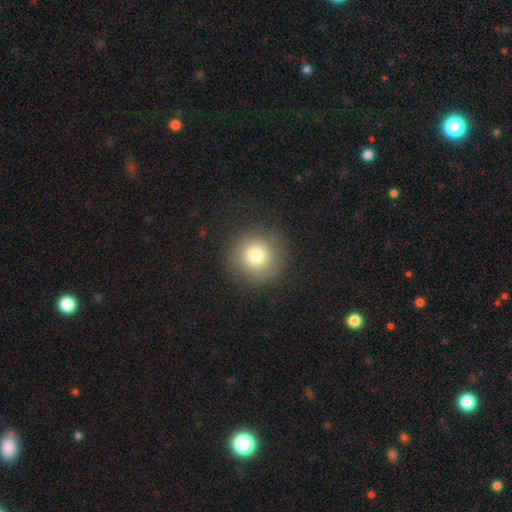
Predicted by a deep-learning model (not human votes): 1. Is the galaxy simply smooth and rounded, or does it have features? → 76% smooth, 13% featured or disk, 11% star or artifact.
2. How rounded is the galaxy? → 95% round, 4% in between, 1% cigar-shaped.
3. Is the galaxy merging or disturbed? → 85% none, 10% minor disturbance, 5% major disturbance, 1% merger.